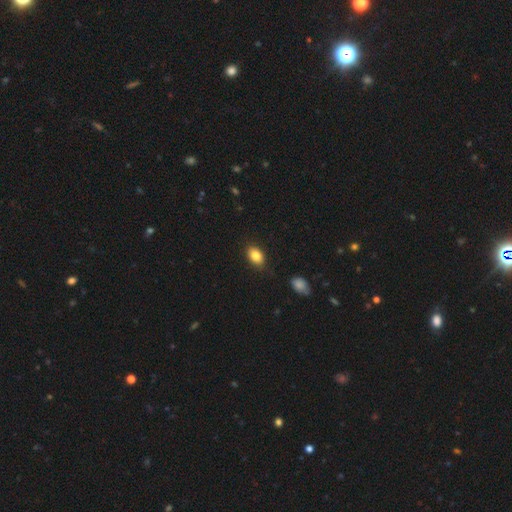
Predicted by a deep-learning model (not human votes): Morphology: type=smooth (85%); roundness=in between (85%); merging=none (85%).